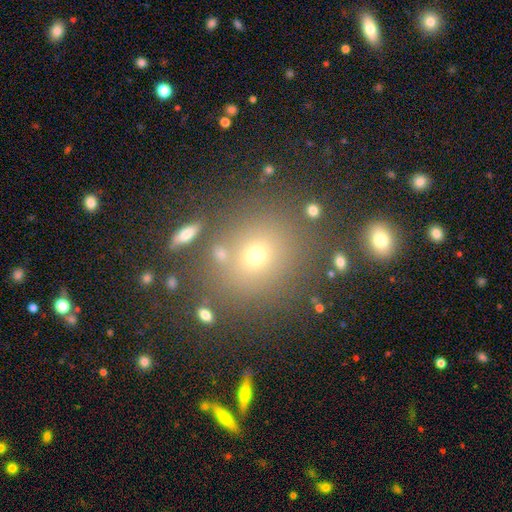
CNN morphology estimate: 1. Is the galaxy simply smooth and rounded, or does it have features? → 59% smooth, 28% star or artifact, 13% featured or disk.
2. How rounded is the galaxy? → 75% round, 24% in between, 1% cigar-shaped.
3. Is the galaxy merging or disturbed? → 78% none, 9% minor disturbance, 8% merger, 5% major disturbance.